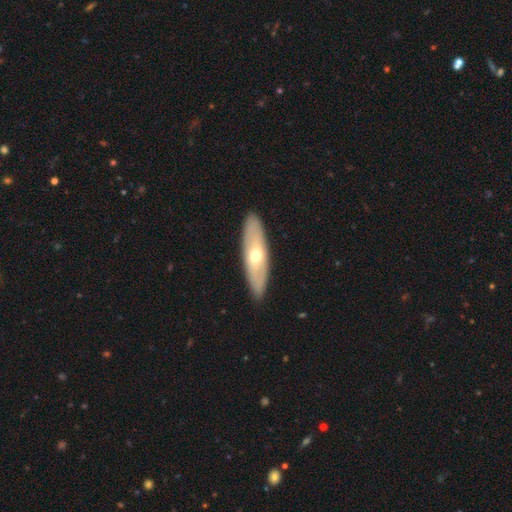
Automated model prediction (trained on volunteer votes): Q: Smooth or featured?
A: featured or disk (52%); runner-up: smooth (43%)
Q: Edge-on disk?
A: no (54%); runner-up: yes (46%)
Q: Merging?
A: none (89%); runner-up: minor disturbance (8%)